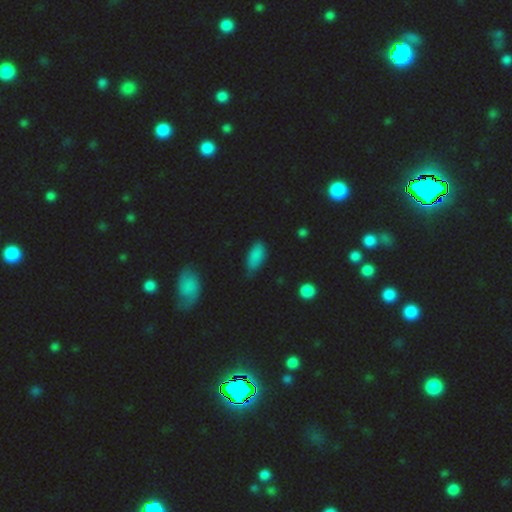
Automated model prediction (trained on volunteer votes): Q: Smooth or featured?
A: smooth (82%); runner-up: star or artifact (10%)
Q: How rounded?
A: in between (87%); runner-up: cigar-shaped (10%)
Q: Merging?
A: none (67%); runner-up: minor disturbance (26%)